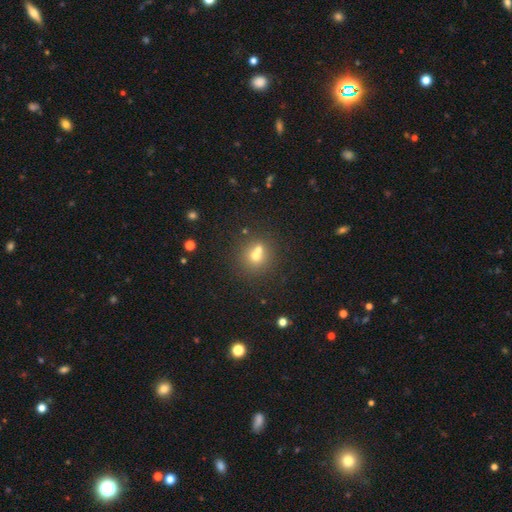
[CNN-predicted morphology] The model was most divided on "merging": none: 46%, merger: 44%, minor disturbance: 7%, major disturbance: 3%. More confident: how rounded — round (86%); smooth or featured — smooth (65%).